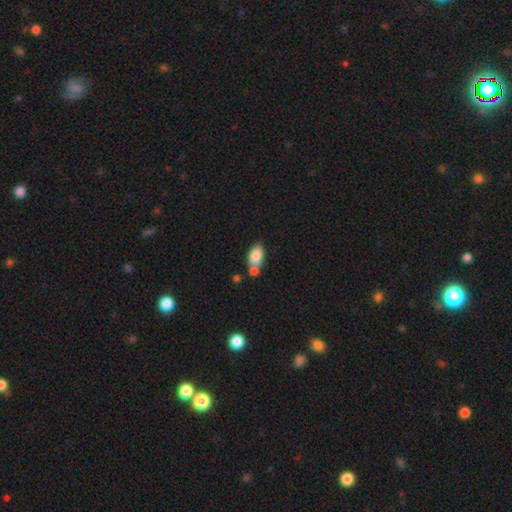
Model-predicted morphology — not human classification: Smooth or featured? smooth (81%)
How rounded? in between (89%)
Merging? none (44%)